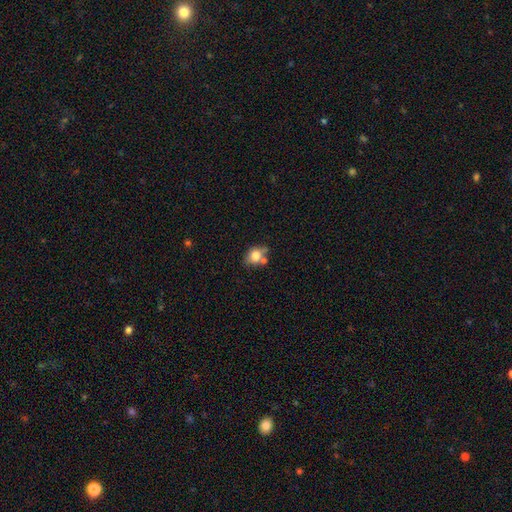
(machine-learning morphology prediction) smooth_or_featured: smooth (p=0.76) [alt: featured or disk p=0.15]
how_rounded: in between (p=0.56) [alt: round p=0.42]
merging: none (p=0.51) [alt: merger p=0.24]